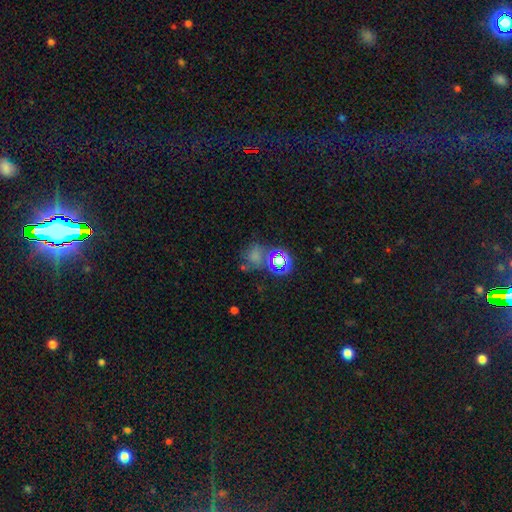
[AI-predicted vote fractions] Smooth or featured?
  - smooth: 51% *
  - star or artifact: 36%
  - featured or disk: 13%
How rounded?
  - round: 71% *
  - in between: 28%
  - cigar-shaped: 1%
Merging?
  - none: 51% *
  - merger: 19%
  - minor disturbance: 18%
  - major disturbance: 12%